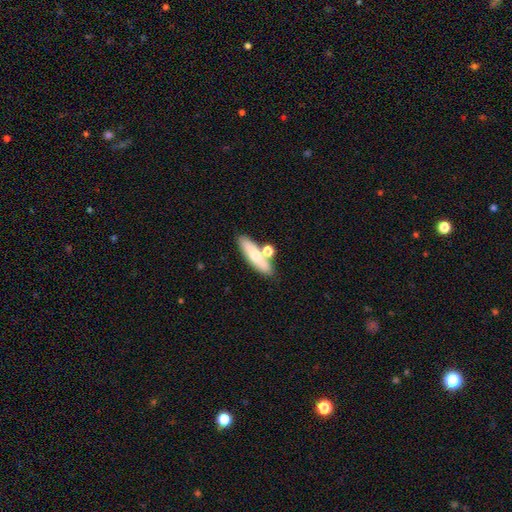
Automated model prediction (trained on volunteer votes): smooth_or_featured: smooth (p=0.63) [alt: featured or disk p=0.30]
how_rounded: cigar-shaped (p=0.54) [alt: in between p=0.40]
merging: none (p=0.63) [alt: merger p=0.22]